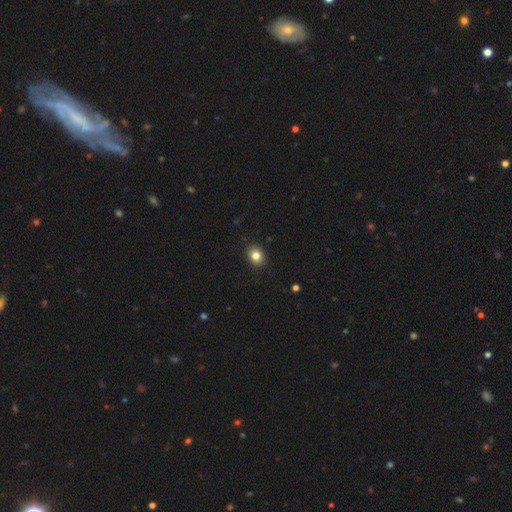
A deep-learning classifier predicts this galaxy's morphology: This is clearly a smooth galaxy (82%). How rounded: possibly round (55%). Merging: clearly none (89%).